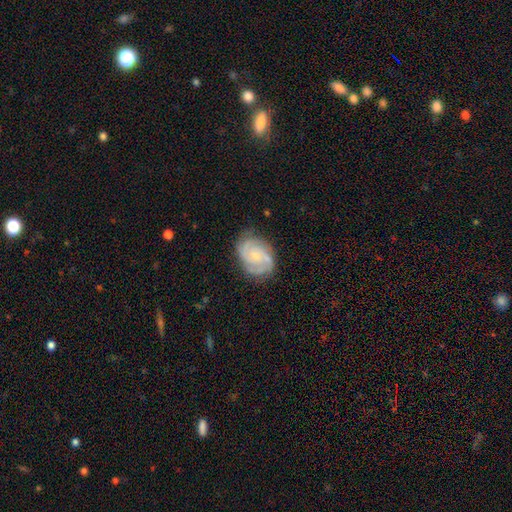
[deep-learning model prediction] Overall: featured or disk (85%). Edge-on disk: no (98%). Bar: no (68%). Spiral arms: yes (97%). Spiral arm count: 3 (37%; 2 36%). Spiral winding: tight (56%; medium 37%). Bulge size: small (71%). Merging: none (76%).